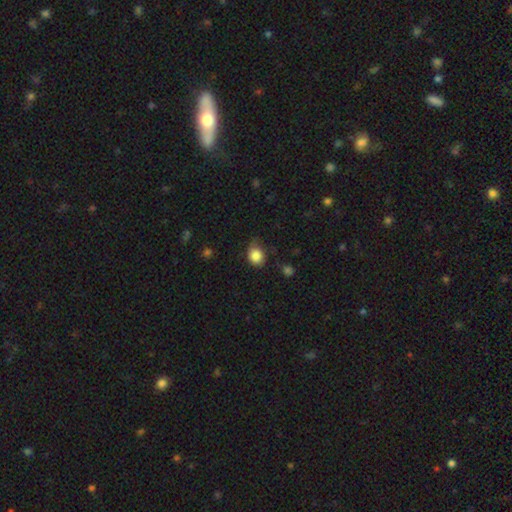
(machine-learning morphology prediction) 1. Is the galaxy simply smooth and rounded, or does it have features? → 85% smooth, 9% star or artifact, 5% featured or disk.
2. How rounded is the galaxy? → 62% round, 37% in between, 1% cigar-shaped.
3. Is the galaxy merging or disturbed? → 64% none, 28% minor disturbance, 6% major disturbance, 2% merger.